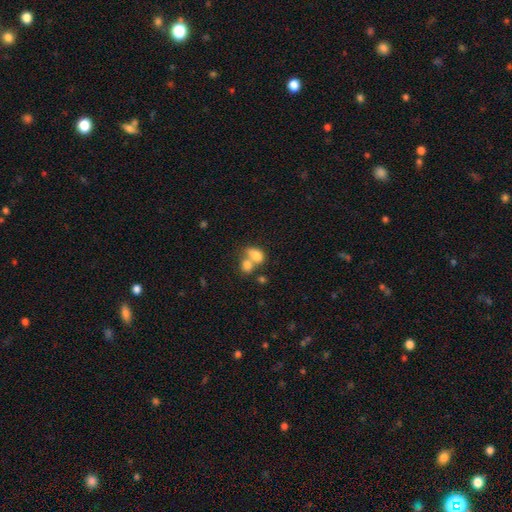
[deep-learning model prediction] A smooth galaxy with no disk features (79%) that is in between round and cigar-shaped (79%). Merging: merger (60%).